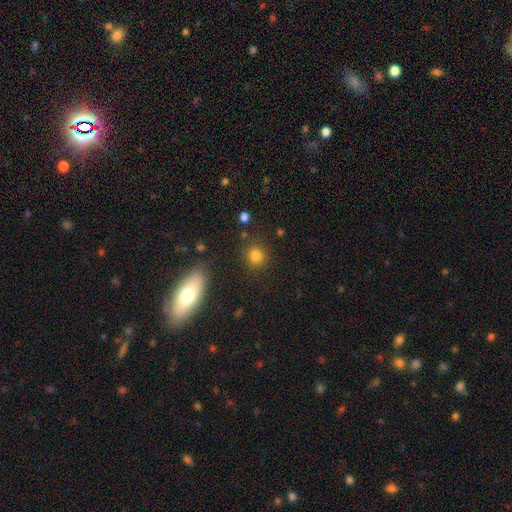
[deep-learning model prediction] A smooth galaxy with no disk features (81%) that is round (83%). Merging: none (84%).